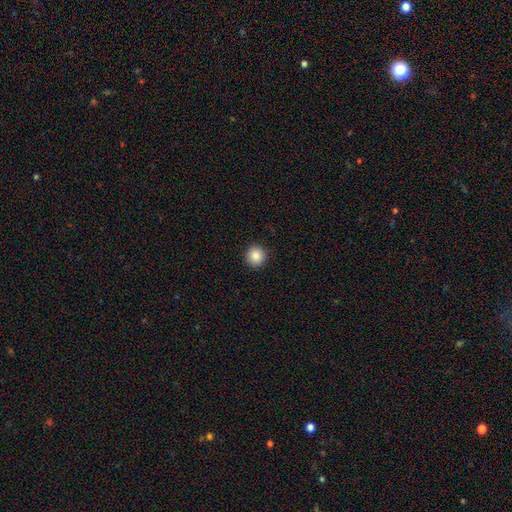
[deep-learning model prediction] A smooth galaxy with no disk features (87%) that is round (95%).

Vote fractions:
- Smooth or featured? smooth: 87% / star or artifact: 9% / featured or disk: 4%
- How rounded? round: 95% / in between: 4% / cigar-shaped: 1%
- Merging? none: 93% / minor disturbance: 5% / major disturbance: 2% / merger: 1%